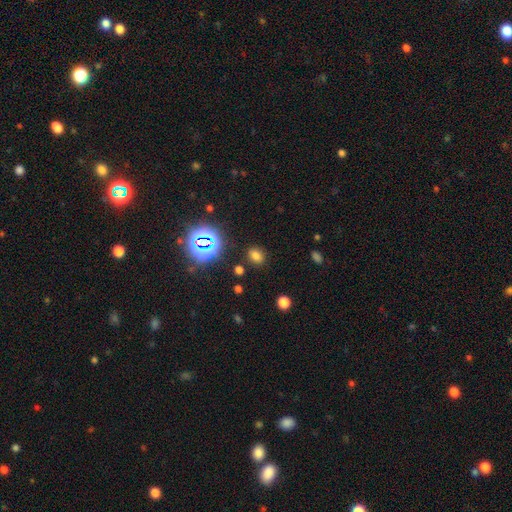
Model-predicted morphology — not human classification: Smooth or featured? Predicted: smooth (p=0.68). How rounded? Predicted: in between (p=0.55). Merging? Predicted: none (p=0.85).